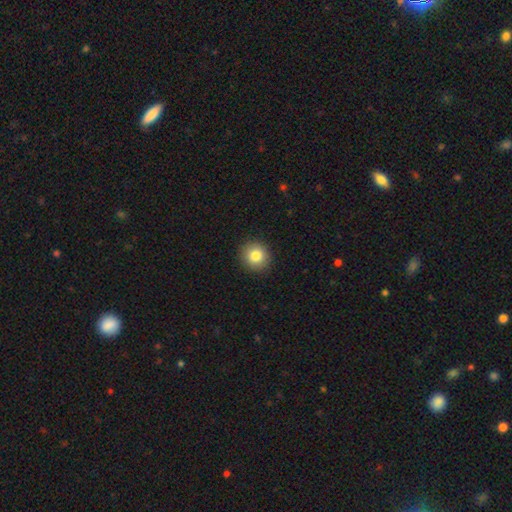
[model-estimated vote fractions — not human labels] A smooth galaxy with no disk features (83%) that is round (88%). Merging: none (91%).